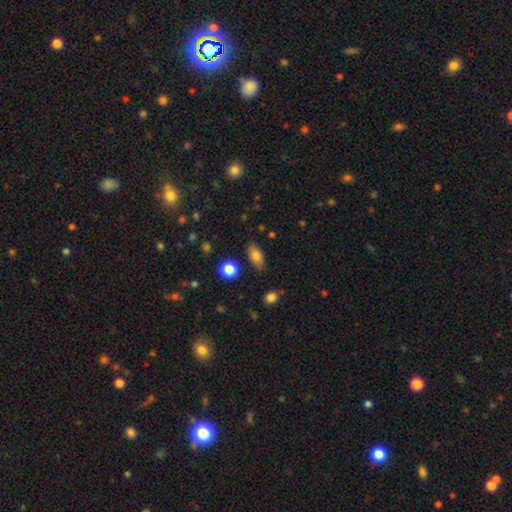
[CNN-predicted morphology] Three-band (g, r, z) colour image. It shows a smooth galaxy with no disk features (79%) that is in between round and cigar-shaped (82%). Merging: none (80%).